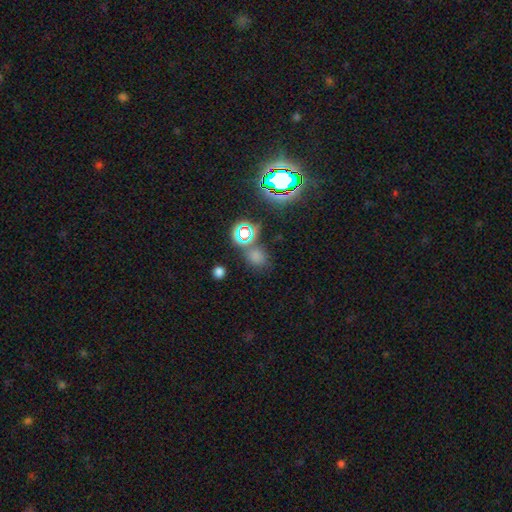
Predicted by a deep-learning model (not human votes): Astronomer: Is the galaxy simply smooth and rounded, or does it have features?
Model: smooth — 56% (runner-up: star or artifact, 37%).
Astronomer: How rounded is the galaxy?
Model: round — 61% (runner-up: in between, 37%).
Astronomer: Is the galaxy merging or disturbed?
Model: none — 67%.